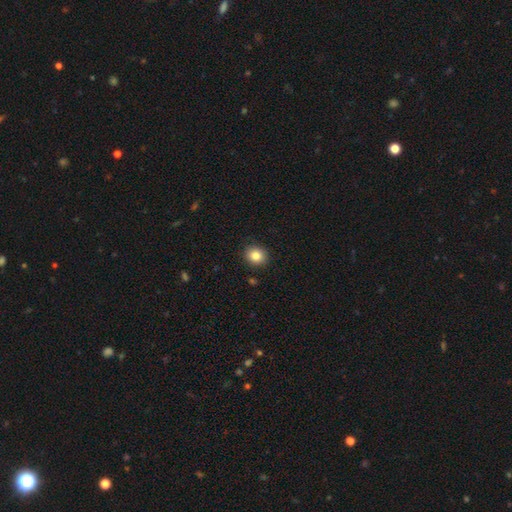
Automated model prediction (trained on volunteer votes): smooth-or-featured: smooth: 84% | star or artifact: 10% | featured or disk: 6%
  how-rounded: round: 78% | in between: 21% | cigar-shaped: 1%
  merging: none: 90% | minor disturbance: 6% | major disturbance: 2% | merger: 1%